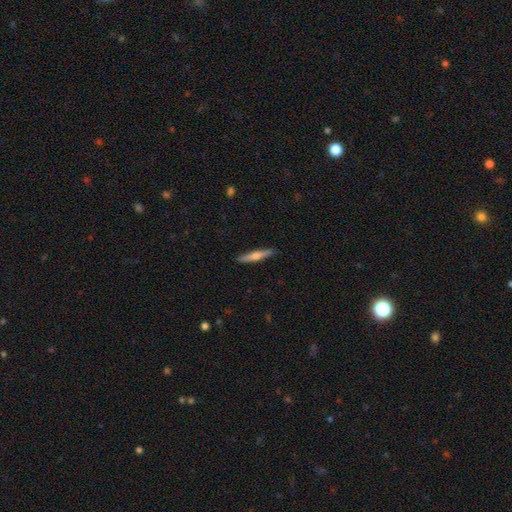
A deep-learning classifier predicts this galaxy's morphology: Q: Smooth or featured?
A: smooth (49%); runner-up: featured or disk (46%)
Q: Merging?
A: none (90%); runner-up: minor disturbance (7%)